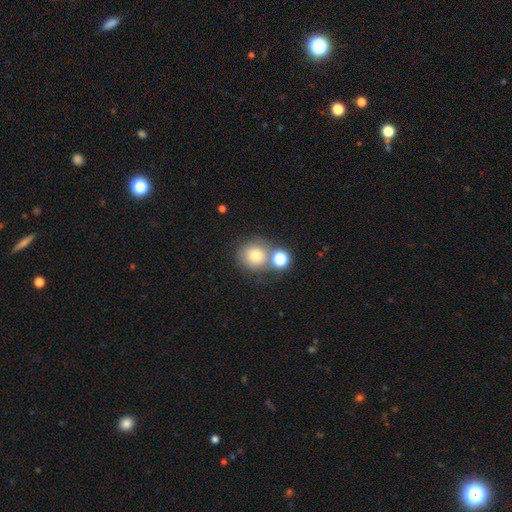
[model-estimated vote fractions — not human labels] This appears to be a smooth galaxy with no disk features (77%) that is round (87%). Merging: none (55%).